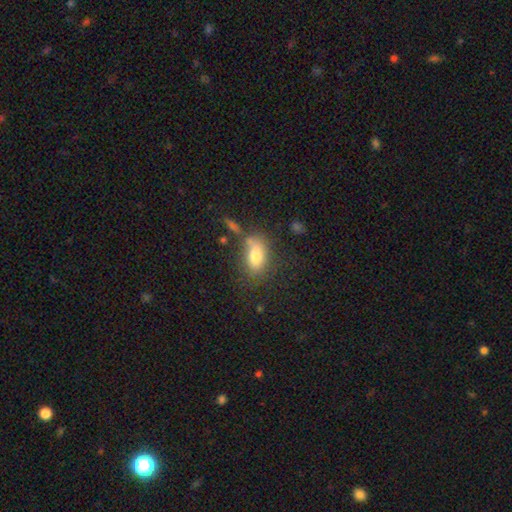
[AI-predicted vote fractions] smooth_or_featured: smooth (p=0.79) [alt: featured or disk p=0.13]
how_rounded: in between (p=0.85) [alt: round p=0.11]
merging: none (p=0.61) [alt: minor disturbance p=0.18]